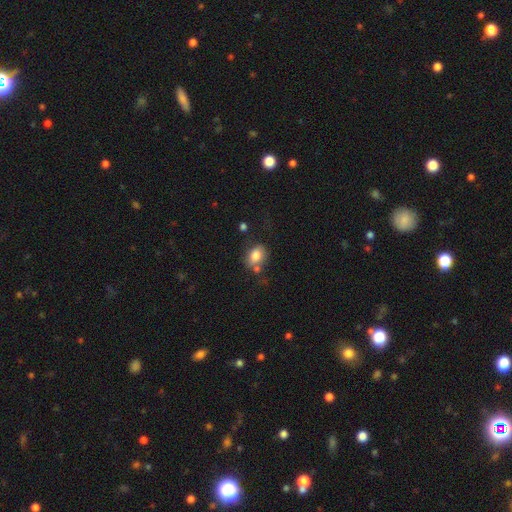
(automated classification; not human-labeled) Smooth or featured? Predicted: smooth (p=0.81). How rounded? Predicted: in between (p=0.59). Merging? Predicted: none (p=0.58).